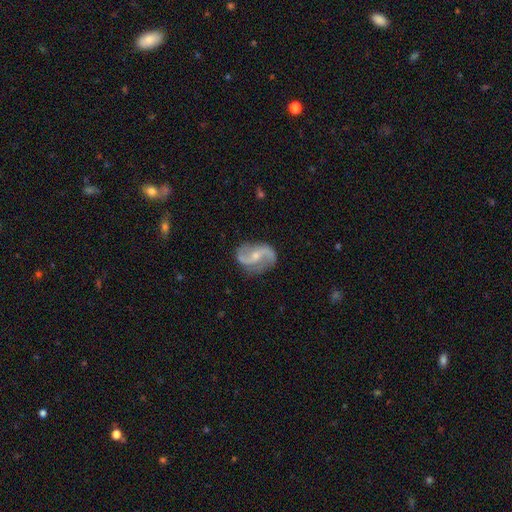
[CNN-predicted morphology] type=featured or disk (89%); edge-on=no (98%); bar=weak (40%); spiral arms=yes (96%); winding=loose (64%); arm count=2 (93%); bulge=small (58%); merging=none (81%).